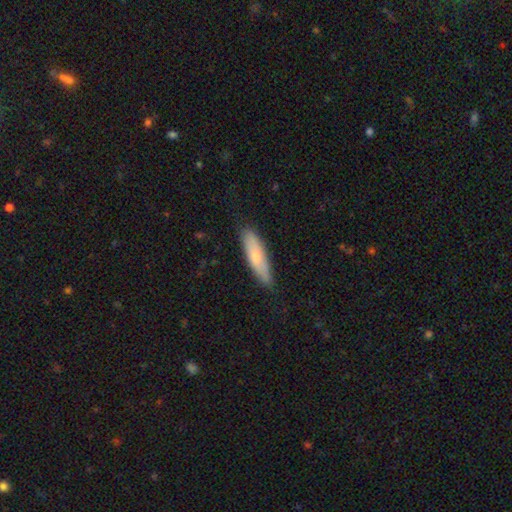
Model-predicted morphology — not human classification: smooth_or_featured: smooth (p=0.69) [alt: featured or disk p=0.26]
how_rounded: cigar-shaped (p=0.65) [alt: in between p=0.33]
merging: none (p=0.82) [alt: minor disturbance p=0.15]